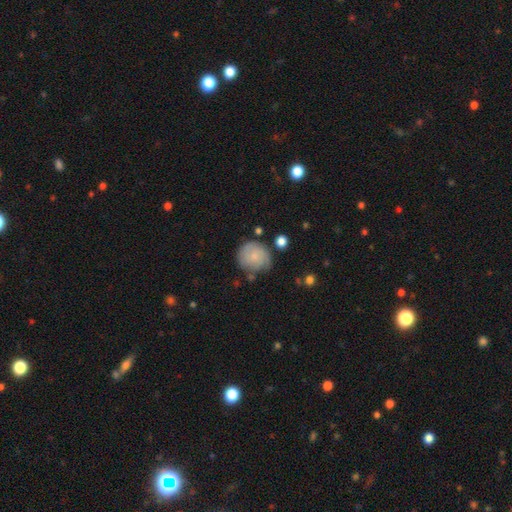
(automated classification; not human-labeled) Morphology: type=smooth (59%); roundness=round (81%); merging=none (65%).